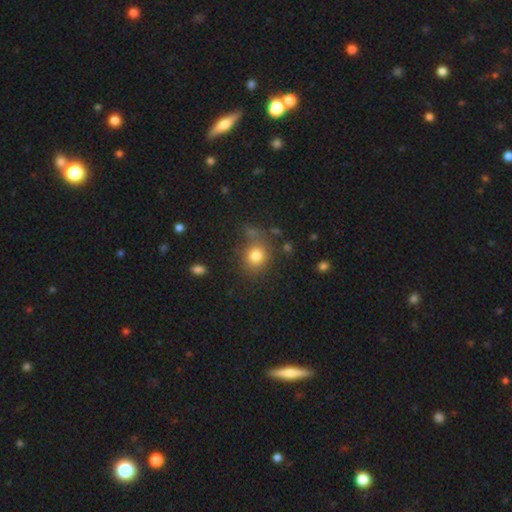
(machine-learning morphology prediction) The model was most divided on "merging": none: 67%, minor disturbance: 17%, major disturbance: 8%, merger: 8%. More confident: smooth or featured — smooth (80%); how rounded — round (76%).